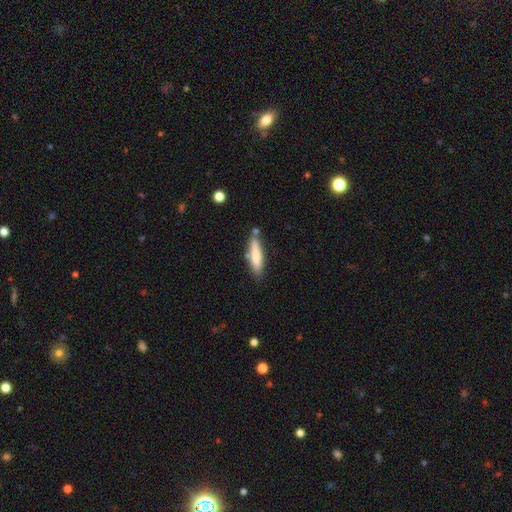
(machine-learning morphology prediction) Overall: smooth (75%). How rounded: cigar-shaped (77%). Merging: none (72%).